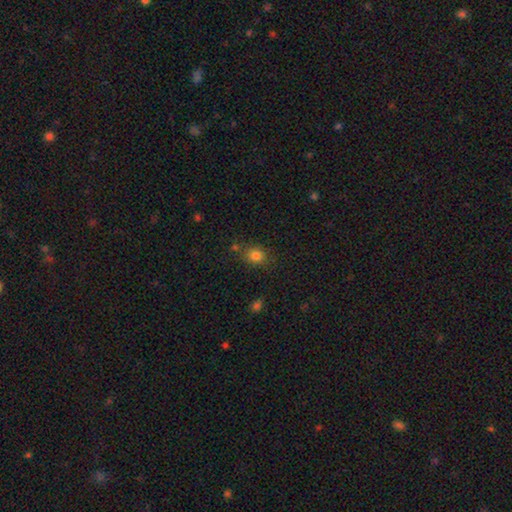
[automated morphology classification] Smooth or featured?
  - smooth: 81% *
  - star or artifact: 13%
  - featured or disk: 6%
How rounded?
  - round: 62% *
  - in between: 37%
  - cigar-shaped: 1%
Merging?
  - none: 75% *
  - minor disturbance: 14%
  - merger: 7%
  - major disturbance: 4%